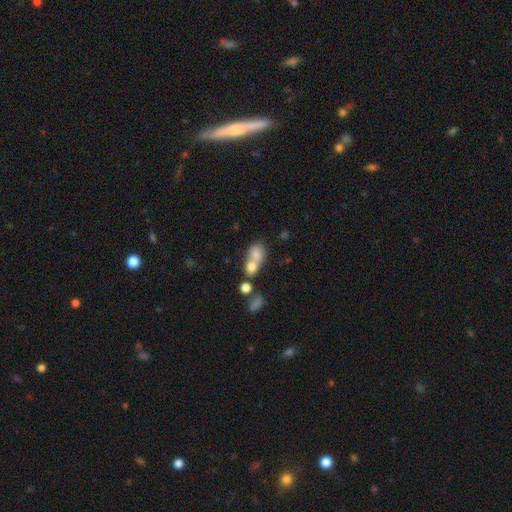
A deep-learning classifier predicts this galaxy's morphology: type=smooth (72%); roundness=in between (58%); merging=merger (67%).